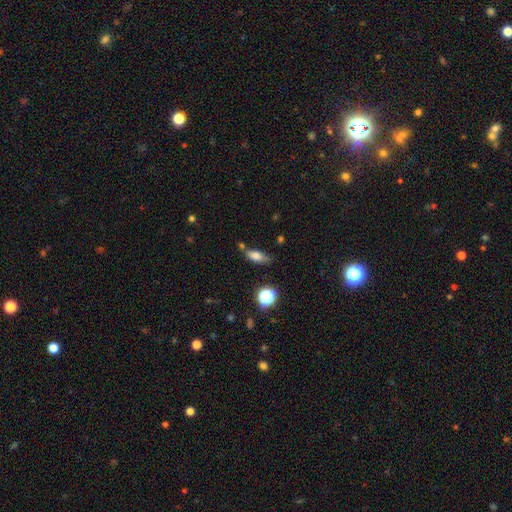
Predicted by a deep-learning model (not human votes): Morphology: type=smooth (74%); roundness=in between (70%); merging=none (63%).